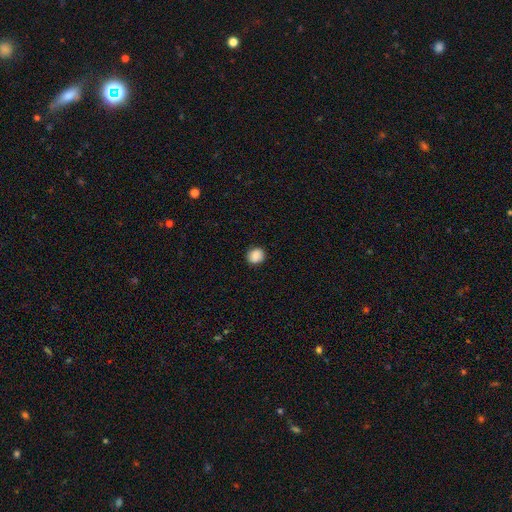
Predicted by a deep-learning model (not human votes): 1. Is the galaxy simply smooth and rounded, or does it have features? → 87% smooth, 9% star or artifact, 4% featured or disk.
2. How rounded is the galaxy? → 80% round, 19% in between, 1% cigar-shaped.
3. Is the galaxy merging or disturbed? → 88% none, 9% minor disturbance, 2% major disturbance, 1% merger.